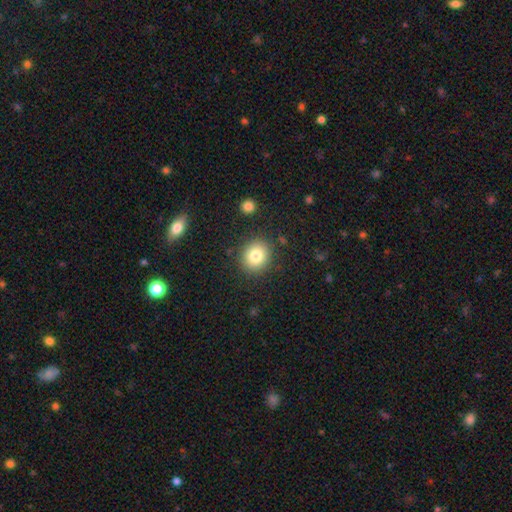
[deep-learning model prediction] A smooth galaxy with no disk features (80%) that is round (79%). Merging: none (86%).